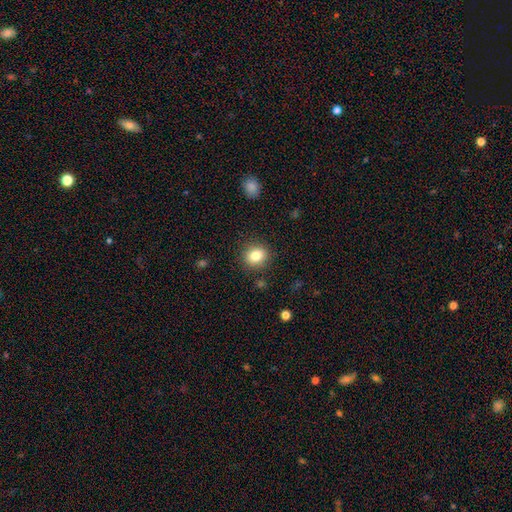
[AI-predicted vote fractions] Smooth or featured: smooth — 82% (star or artifact — 10%)
How rounded: round — 75% (in between — 24%)
Merging: none — 88% (minor disturbance — 8%)